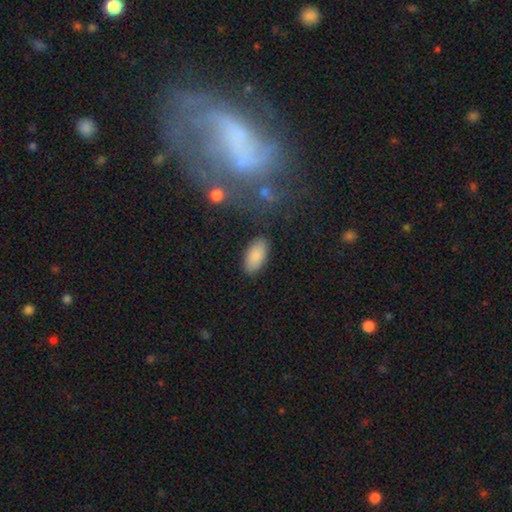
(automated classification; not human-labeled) This is clearly a smooth galaxy (88%). How rounded: clearly in between (94%). Merging: clearly none (86%).